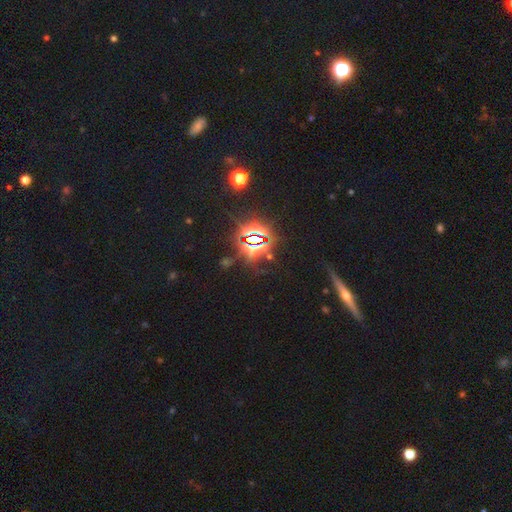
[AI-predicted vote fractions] smooth-or-featured: star or artifact: 77% | featured or disk: 12% | smooth: 11%